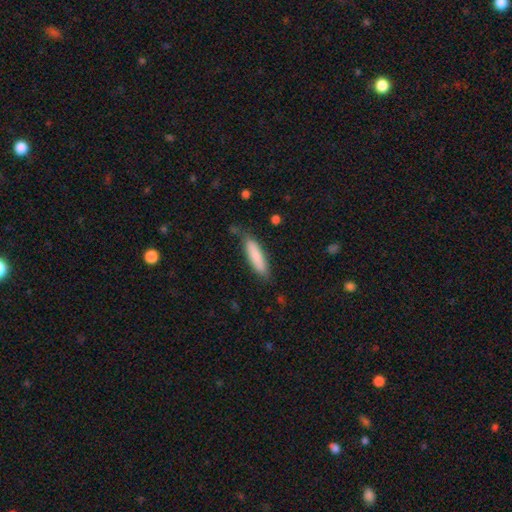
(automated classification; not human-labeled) Overall: smooth (83%). How rounded: cigar-shaped (74%). Merging: none (77%).